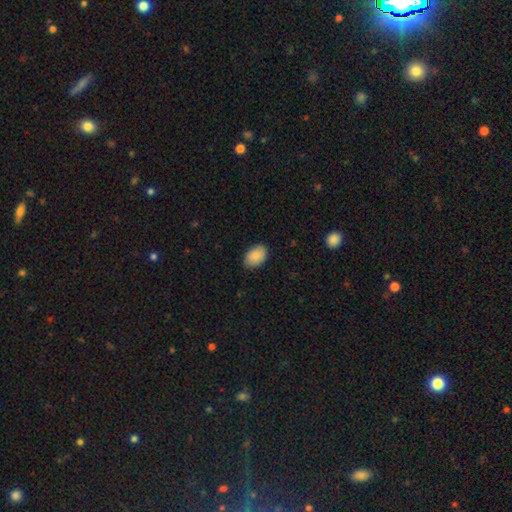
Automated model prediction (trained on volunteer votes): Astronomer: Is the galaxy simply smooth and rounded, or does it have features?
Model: smooth — 89%.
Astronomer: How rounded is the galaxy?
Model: in between — 86%.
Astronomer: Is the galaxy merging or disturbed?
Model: none — 85%.